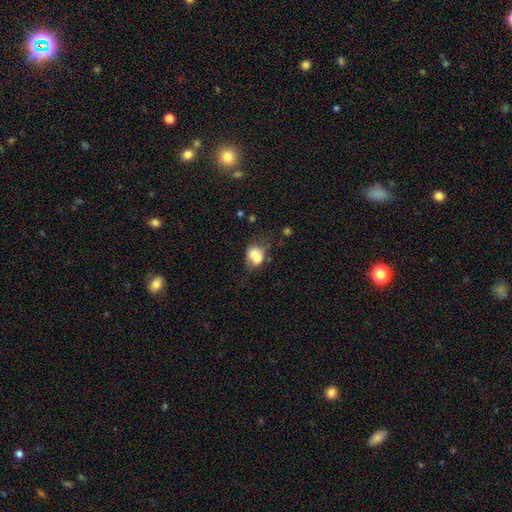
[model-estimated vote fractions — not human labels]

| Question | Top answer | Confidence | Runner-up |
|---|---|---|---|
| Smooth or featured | smooth | 68% | featured or disk (22%) |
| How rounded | round | 56% | in between (42%) |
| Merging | merger | 53% | none (28%) |